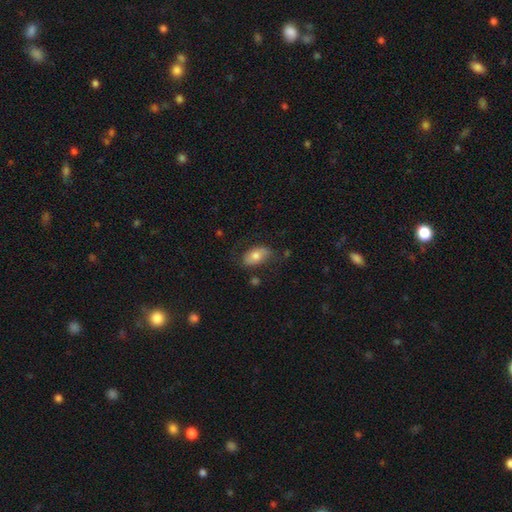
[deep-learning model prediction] This appears to be a smooth galaxy with no disk features (70%) that is in between round and cigar-shaped (91%). Merging: none (65%).